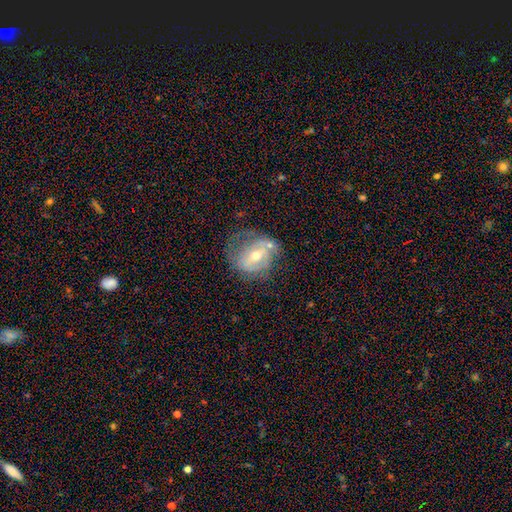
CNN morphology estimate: Q: Smooth or featured?
A: featured or disk (68%); runner-up: smooth (24%)
Q: Edge-on disk?
A: no (95%); runner-up: yes (5%)
Q: Bar?
A: weak (44%); runner-up: strong (30%)
Q: Spiral arms?
A: yes (65%); runner-up: no (35%)
Q: Bulge size?
A: moderate (64%); runner-up: small (30%)
Q: Merging?
A: none (43%); runner-up: minor disturbance (27%)